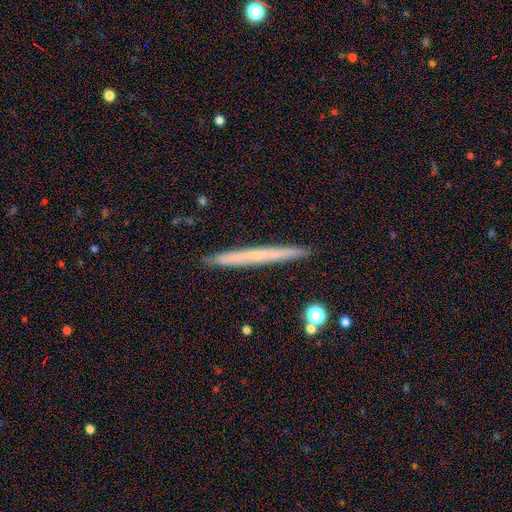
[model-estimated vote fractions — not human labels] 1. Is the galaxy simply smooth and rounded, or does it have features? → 50% smooth, 43% featured or disk, 8% star or artifact.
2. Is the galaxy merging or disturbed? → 92% none, 6% minor disturbance, 1% merger, 1% major disturbance.